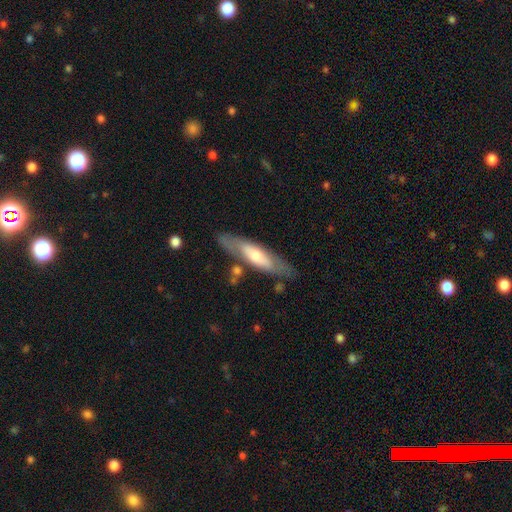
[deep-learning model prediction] A featured or disk galaxy (52%) viewed edge-on (55%). Merging: none (77%).